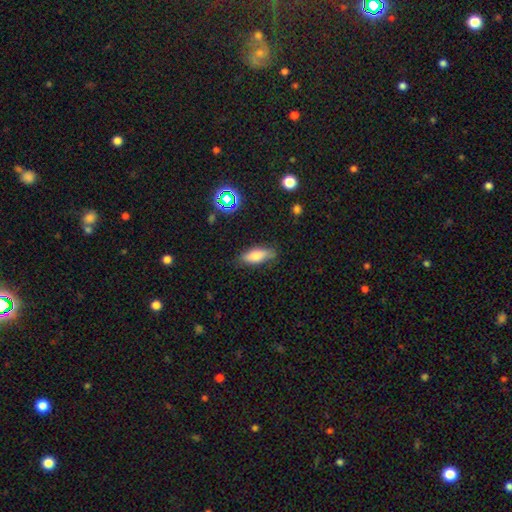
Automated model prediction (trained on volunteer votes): smooth 73%, featured or disk 18%, star or artifact 10%. Down the decision tree: how rounded — in between (64%); merging — none (78%).